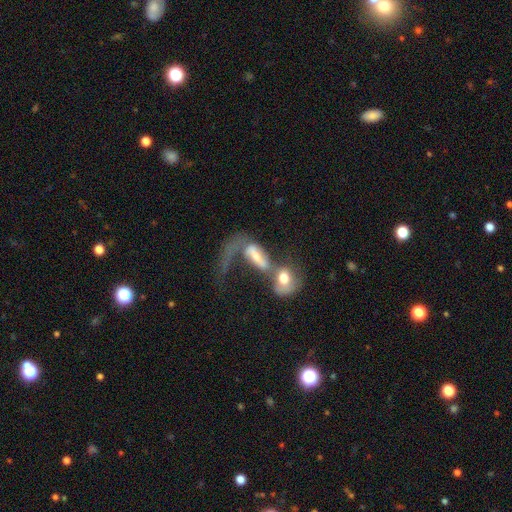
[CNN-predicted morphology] featured or disk 46%, smooth 45%, star or artifact 10%. Down the decision tree: merging — merger (63%).